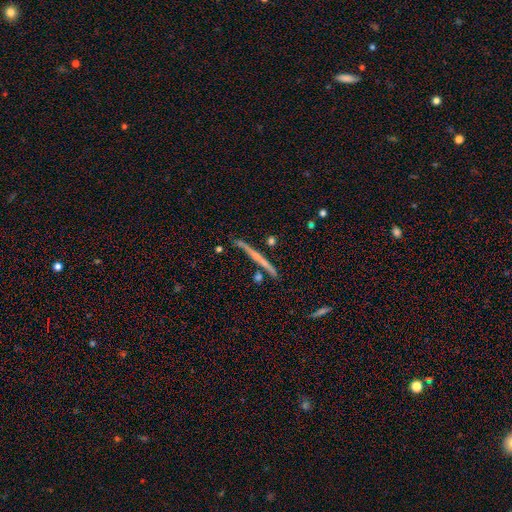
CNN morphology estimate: This appears to be a featured or disk galaxy (58%) viewed edge-on (97%) with no central bulge (67%). Merging: none (86%).